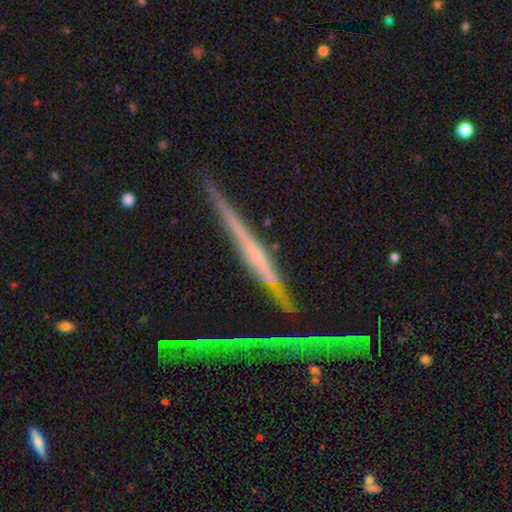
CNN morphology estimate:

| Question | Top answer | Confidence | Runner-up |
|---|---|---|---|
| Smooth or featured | featured or disk | 72% | smooth (17%) |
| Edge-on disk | yes | 93% | no (7%) |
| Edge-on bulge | none | 69% | rounded (20%) |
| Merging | none | 58% | minor disturbance (16%) |